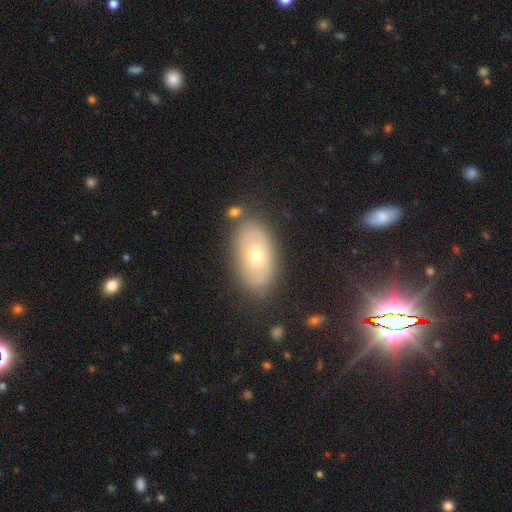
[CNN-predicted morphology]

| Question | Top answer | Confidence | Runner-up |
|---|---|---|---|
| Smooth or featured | smooth | 49% | featured or disk (42%) |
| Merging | none | 79% | minor disturbance (13%) |